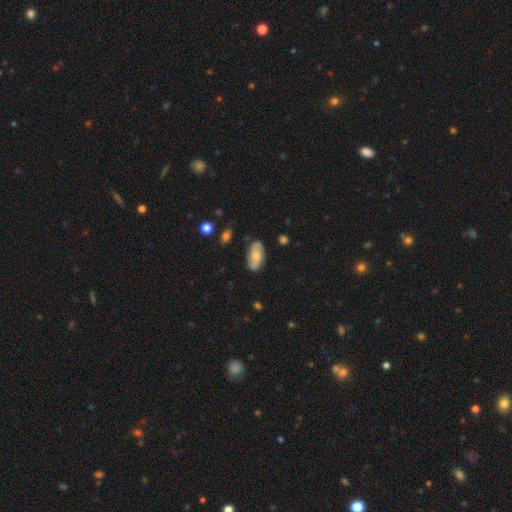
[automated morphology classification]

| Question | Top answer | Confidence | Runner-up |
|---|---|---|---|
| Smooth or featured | smooth | 56% | featured or disk (37%) |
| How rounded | in between | 92% | cigar-shaped (5%) |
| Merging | none | 80% | minor disturbance (15%) |